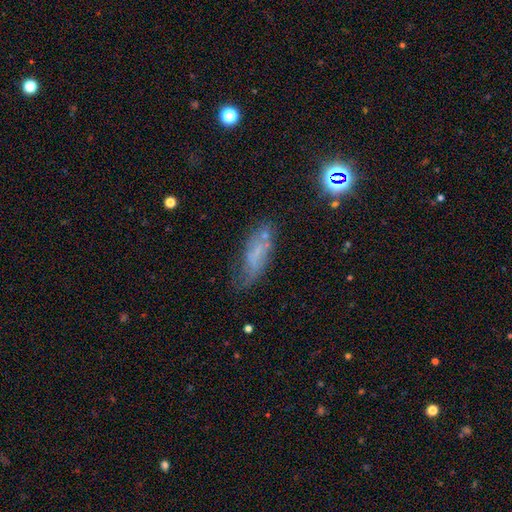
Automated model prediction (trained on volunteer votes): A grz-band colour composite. It shows a smooth galaxy with no disk features (46%). Merging: none (45%).